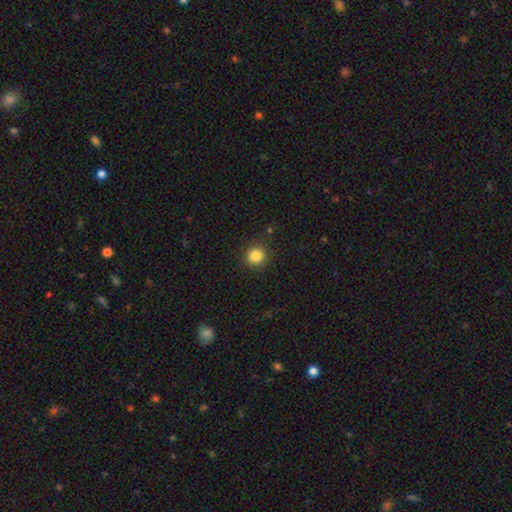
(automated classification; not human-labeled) The model was most divided on "smooth or featured": smooth: 85%, star or artifact: 11%, featured or disk: 4%. More confident: how rounded — round (94%); merging — none (91%).